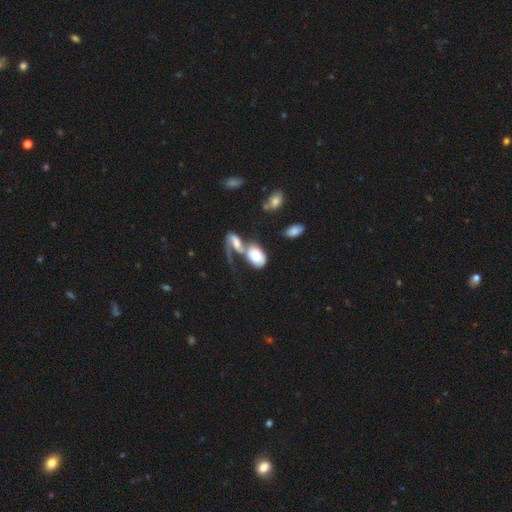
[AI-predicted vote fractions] Smooth or featured? smooth (54%)
How rounded? in between (81%)
Merging? merger (64%)